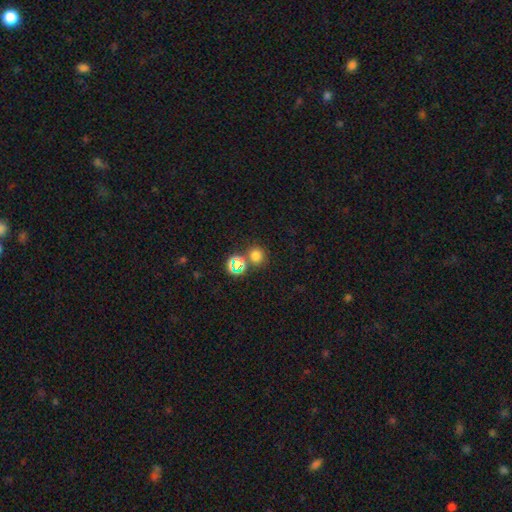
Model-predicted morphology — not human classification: Overall: smooth (71%). How rounded: round (87%). Merging: none (72%).